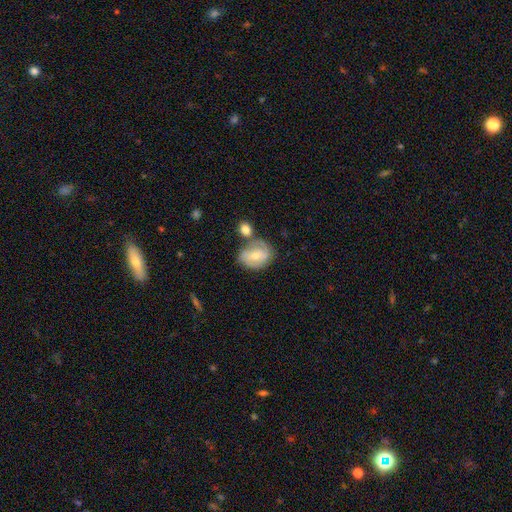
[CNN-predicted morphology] type=featured or disk (47%); merging=none (43%).